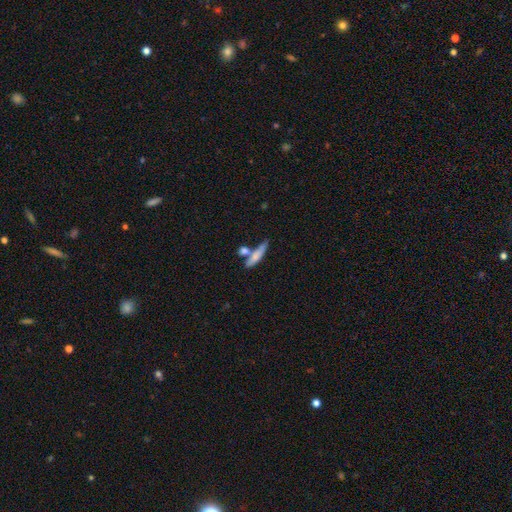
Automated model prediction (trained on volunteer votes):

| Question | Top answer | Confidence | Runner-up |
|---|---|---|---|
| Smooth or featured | smooth | 69% | featured or disk (25%) |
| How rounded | cigar-shaped | 75% | in between (22%) |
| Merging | none | 52% | merger (27%) |